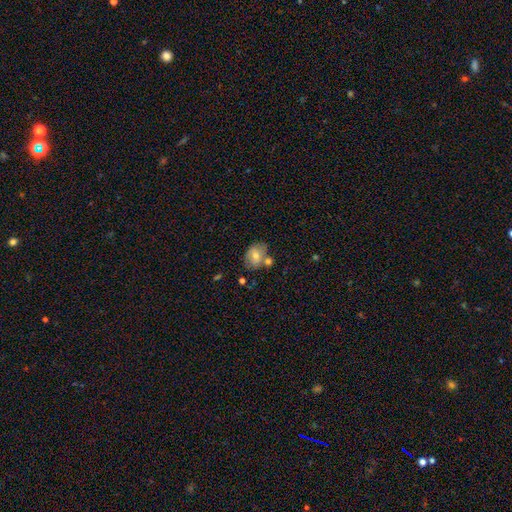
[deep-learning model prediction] smooth-or-featured: smooth: 60% | featured or disk: 31% | star or artifact: 8%
  how-rounded: in between: 64% | round: 34% | cigar-shaped: 1%
  merging: none: 51% | merger: 24% | minor disturbance: 19% | major disturbance: 6%